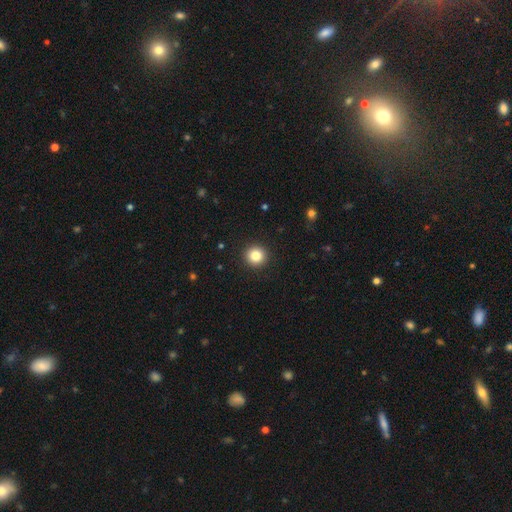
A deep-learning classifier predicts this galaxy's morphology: This is clearly a smooth galaxy (84%). How rounded: clearly round (94%). Merging: clearly none (93%).